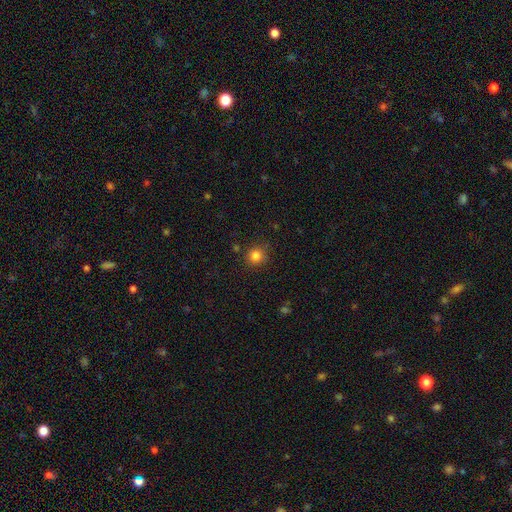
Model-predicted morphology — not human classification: Smooth or featured? smooth (83%)
How rounded? round (92%)
Merging? none (86%)